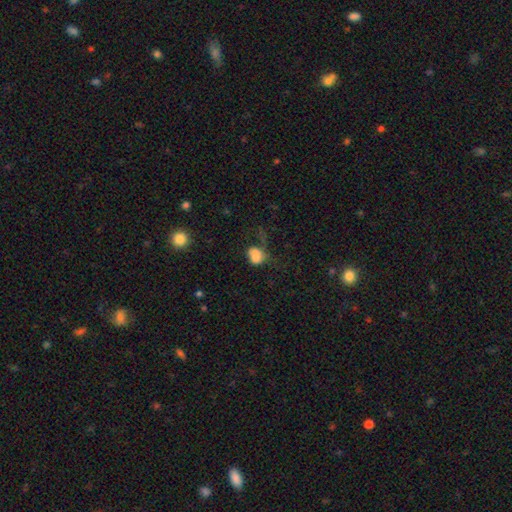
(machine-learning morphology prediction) Smooth or featured?
  - smooth: 73% *
  - featured or disk: 15%
  - star or artifact: 11%
How rounded?
  - in between: 53% *
  - round: 45%
  - cigar-shaped: 1%
Merging?
  - major disturbance: 39% *
  - none: 29%
  - minor disturbance: 25%
  - merger: 6%